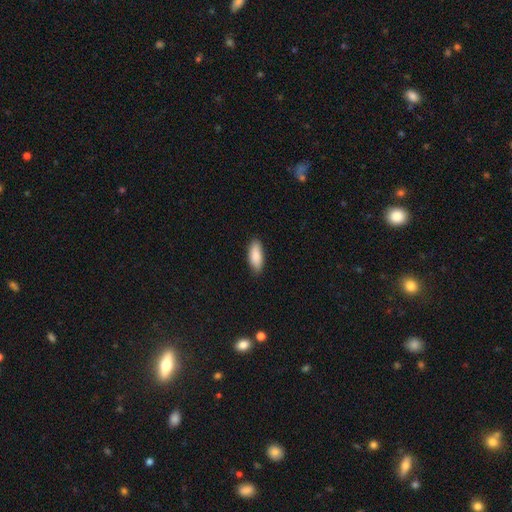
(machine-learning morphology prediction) A smooth galaxy with no disk features (86%) that is in between round and cigar-shaped (79%). Merging: none (84%).